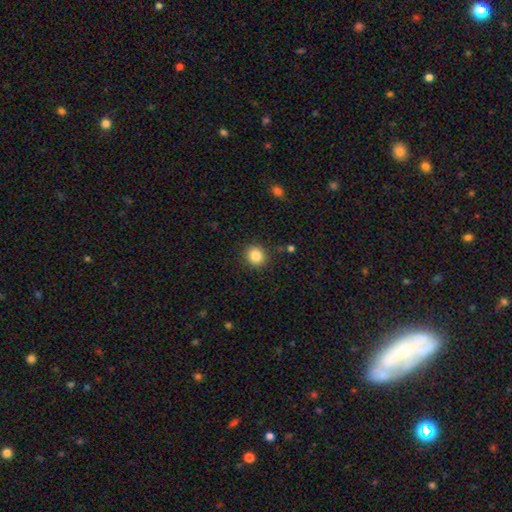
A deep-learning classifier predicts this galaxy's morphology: This appears to be a smooth galaxy with no disk features (85%) that is round (84%). Merging: none (89%).